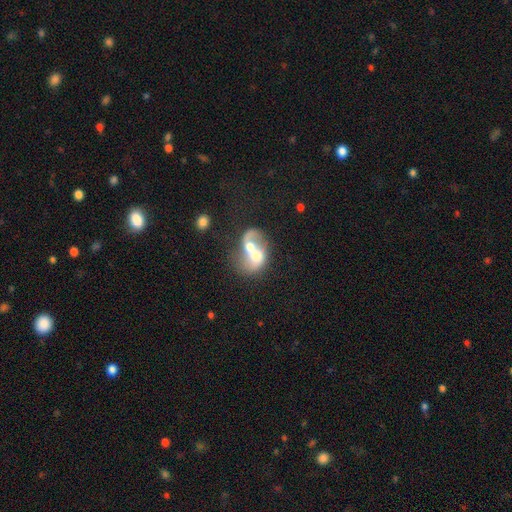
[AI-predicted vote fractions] Smooth or featured? featured or disk (53%)
Edge-on disk? no (96%)
Bar? no (76%)
Spiral arms? yes (52%)
Bulge size? moderate (59%)
Merging? merger (78%)